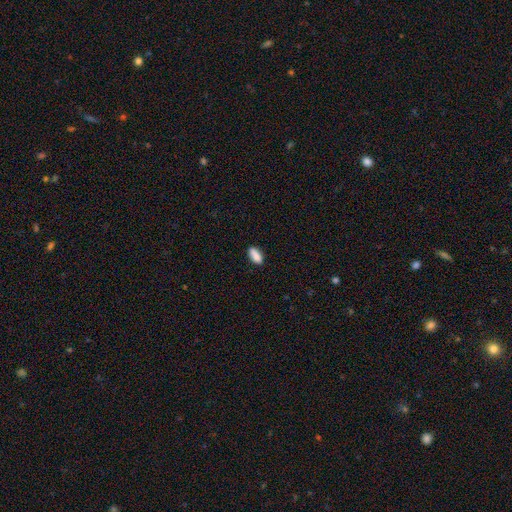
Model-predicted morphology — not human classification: smooth-or-featured: smooth: 88% | star or artifact: 7% | featured or disk: 5%
  how-rounded: in between: 84% | cigar-shaped: 14% | round: 3%
  merging: none: 82% | minor disturbance: 13% | major disturbance: 3% | merger: 2%